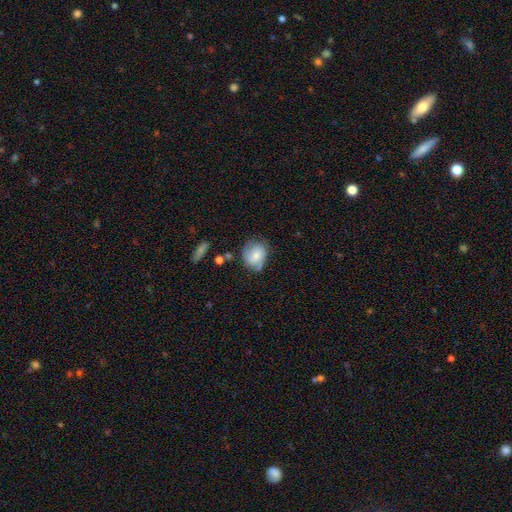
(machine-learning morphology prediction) A smooth galaxy with no disk features (59%) that is round (60%). Merging: none (55%).